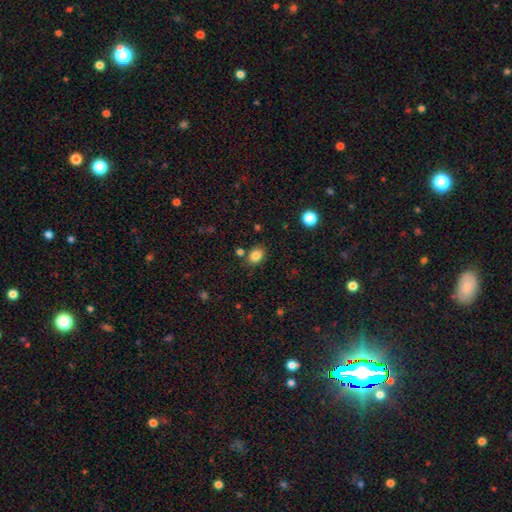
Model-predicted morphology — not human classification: Smooth or featured: smooth — 84% (star or artifact — 11%)
How rounded: in between — 60% (round — 39%)
Merging: none — 79% (minor disturbance — 11%)